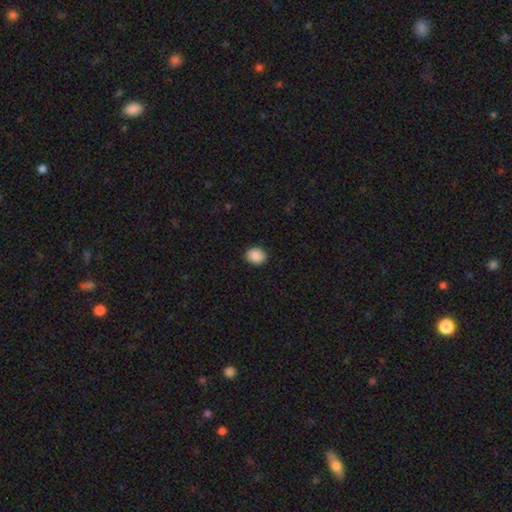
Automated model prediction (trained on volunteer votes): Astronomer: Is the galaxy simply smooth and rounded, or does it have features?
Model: smooth — 90%.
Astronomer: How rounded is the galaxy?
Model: round — 60% (runner-up: in between, 39%).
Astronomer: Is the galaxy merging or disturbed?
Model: none — 91%.